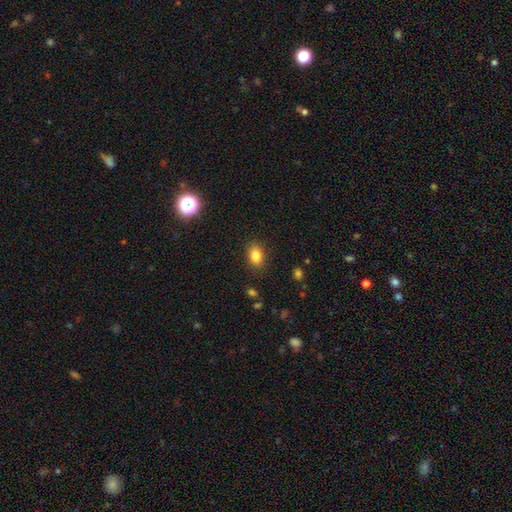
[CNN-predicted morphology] The model was most divided on "how rounded": in between: 76%, round: 22%, cigar-shaped: 1%. More confident: merging — none (86%); smooth or featured — smooth (83%).